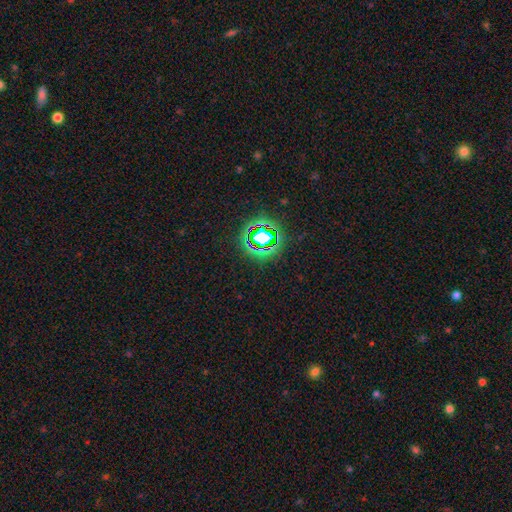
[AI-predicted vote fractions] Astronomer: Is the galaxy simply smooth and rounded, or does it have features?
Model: star or artifact — 74%.